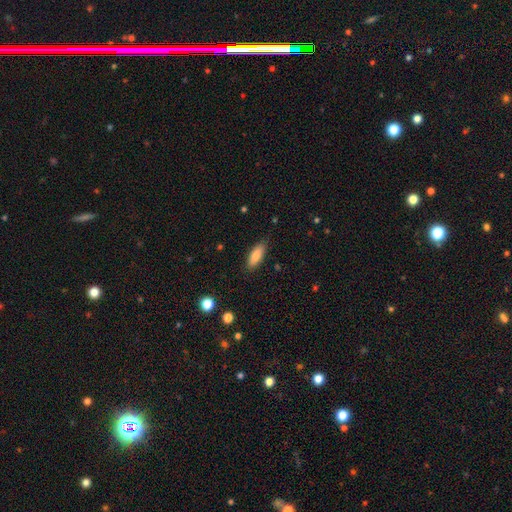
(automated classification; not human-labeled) This appears to be a smooth galaxy with no disk features (82%) that is in between round and cigar-shaped (69%). Merging: none (86%).